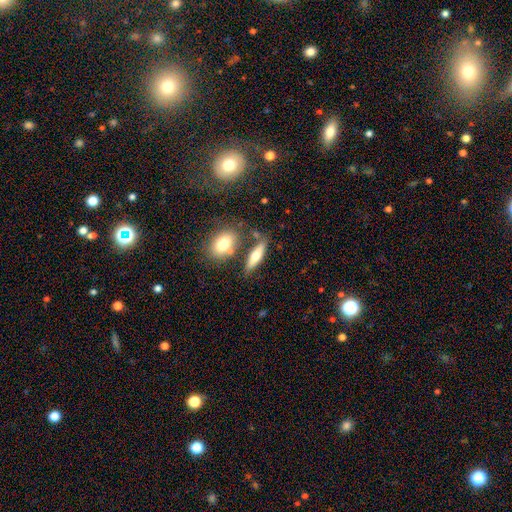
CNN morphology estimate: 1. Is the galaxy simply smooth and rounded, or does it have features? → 60% smooth, 32% featured or disk, 8% star or artifact.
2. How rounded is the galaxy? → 55% cigar-shaped, 40% in between, 4% round.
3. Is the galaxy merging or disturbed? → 69% none, 13% merger, 13% minor disturbance, 4% major disturbance.